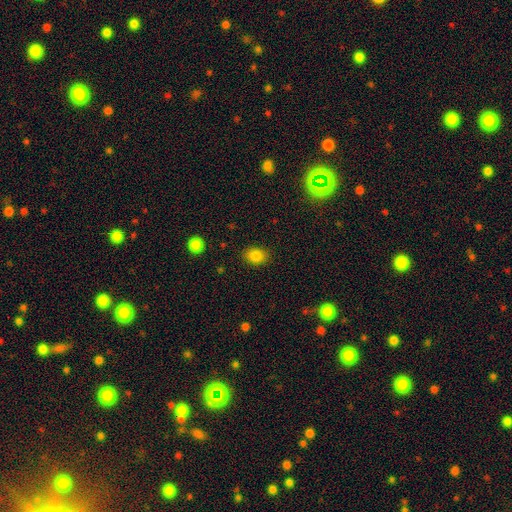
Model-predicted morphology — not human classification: Smooth or featured? smooth (84%)
How rounded? in between (59%)
Merging? none (87%)